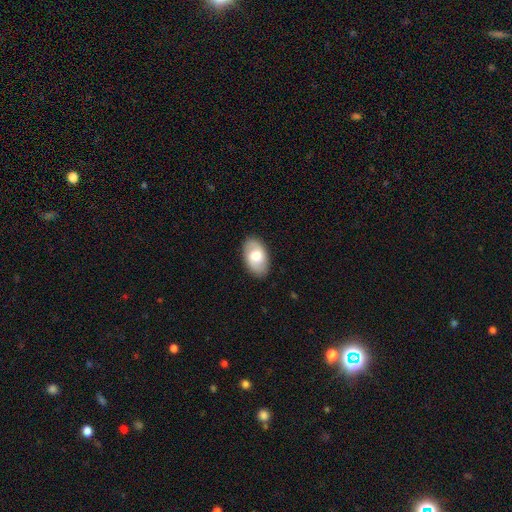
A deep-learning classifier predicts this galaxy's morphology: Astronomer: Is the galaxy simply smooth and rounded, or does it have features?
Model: smooth — 64%.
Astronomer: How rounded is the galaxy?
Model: in between — 93%.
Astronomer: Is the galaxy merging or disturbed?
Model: none — 86%.